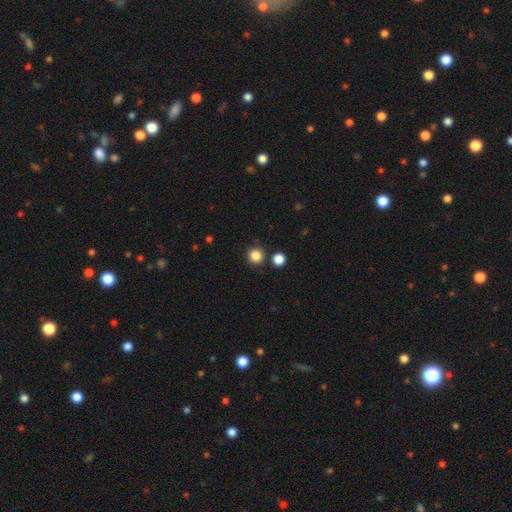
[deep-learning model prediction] The model was most divided on "smooth or featured": smooth: 85%, star or artifact: 11%, featured or disk: 4%. More confident: how rounded — round (95%); merging — none (87%).